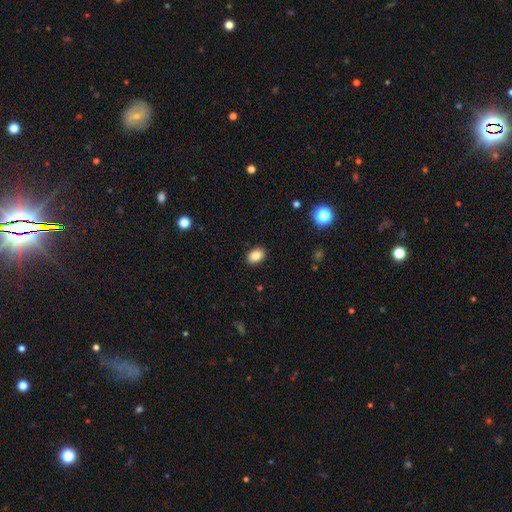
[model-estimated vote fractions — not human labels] Smooth or featured? Predicted: smooth (p=0.85). How rounded? Predicted: in between (p=0.78). Merging? Predicted: none (p=0.89).